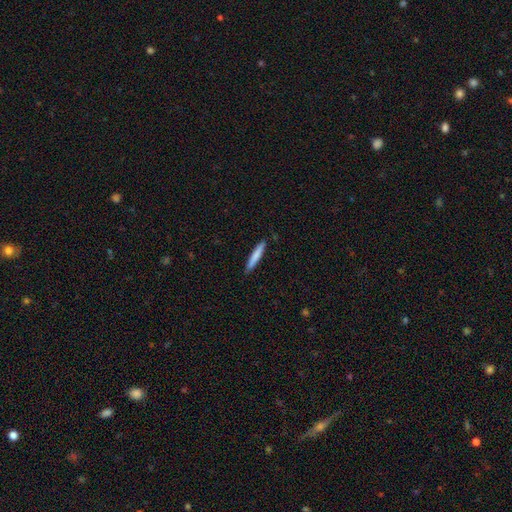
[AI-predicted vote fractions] Q: Smooth or featured?
A: smooth (79%); runner-up: featured or disk (16%)
Q: How rounded?
A: cigar-shaped (95%); runner-up: in between (4%)
Q: Merging?
A: none (89%); runner-up: minor disturbance (8%)